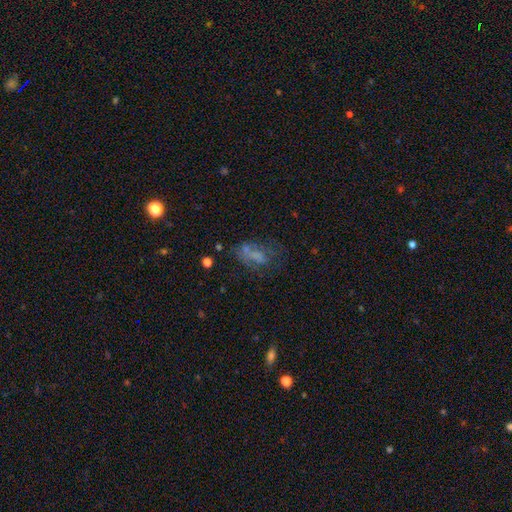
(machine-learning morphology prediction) This is possibly a smooth galaxy (47%). Merging: marginally none (36%).